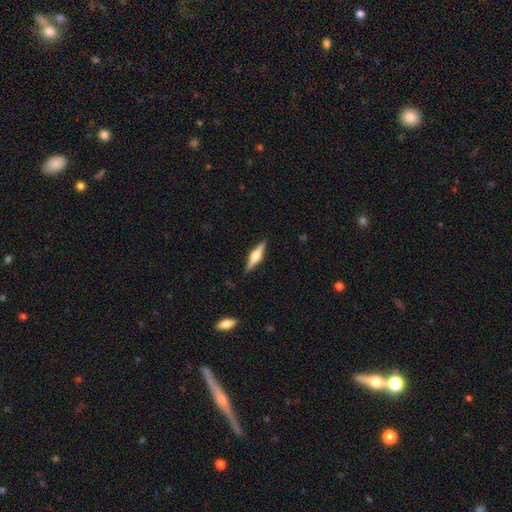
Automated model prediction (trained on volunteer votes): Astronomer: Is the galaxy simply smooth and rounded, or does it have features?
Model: featured or disk — 71%.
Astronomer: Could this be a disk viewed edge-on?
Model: yes — 98%.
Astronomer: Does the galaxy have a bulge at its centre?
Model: rounded — 91%.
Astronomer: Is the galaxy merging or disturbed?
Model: none — 90%.